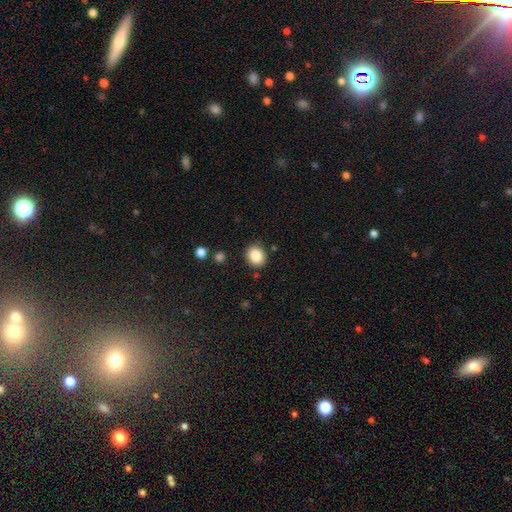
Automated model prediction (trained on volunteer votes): smooth-or-featured: smooth: 86% | star or artifact: 9% | featured or disk: 5%
  how-rounded: round: 65% | in between: 35% | cigar-shaped: 1%
  merging: none: 86% | minor disturbance: 9% | major disturbance: 3% | merger: 2%